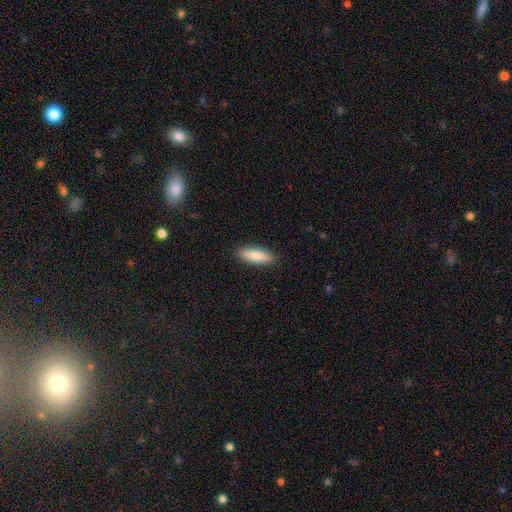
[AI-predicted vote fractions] Smooth or featured? Predicted: smooth (p=0.82). How rounded? Predicted: in between (p=0.56). Merging? Predicted: none (p=0.90).